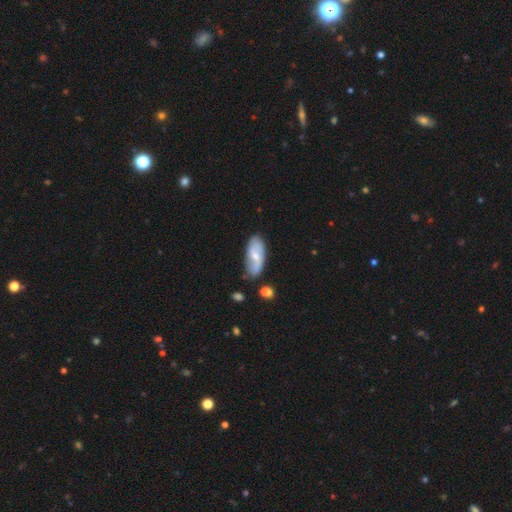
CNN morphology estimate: smooth-or-featured: smooth: 48% | featured or disk: 46% | star or artifact: 6%
  merging: none: 66% | minor disturbance: 23% | major disturbance: 5% | merger: 5%